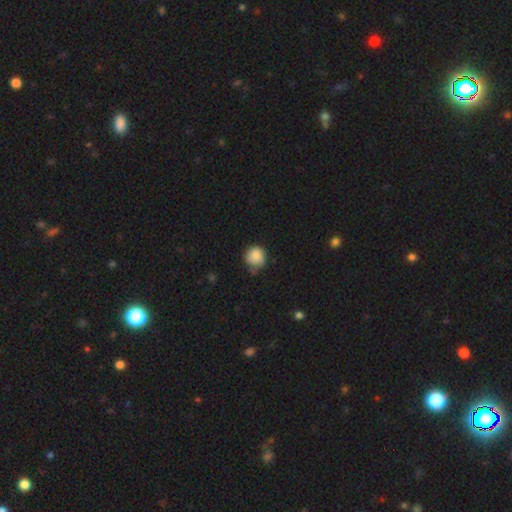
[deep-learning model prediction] Q: Smooth or featured?
A: smooth (84%); runner-up: star or artifact (8%)
Q: How rounded?
A: round (90%); runner-up: in between (10%)
Q: Merging?
A: none (59%); runner-up: minor disturbance (31%)